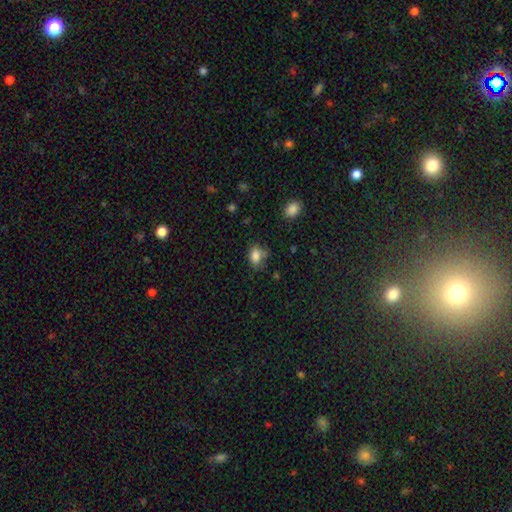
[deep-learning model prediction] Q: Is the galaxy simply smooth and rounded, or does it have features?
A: smooth — 83%.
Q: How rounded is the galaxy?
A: in between — 65%.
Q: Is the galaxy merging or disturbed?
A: none — 57%.